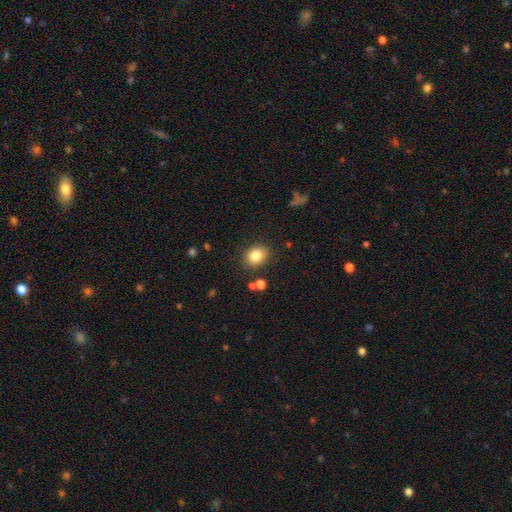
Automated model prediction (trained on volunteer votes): A smooth galaxy with no disk features (84%) that is in between round and cigar-shaped (50%). Merging: none (84%).